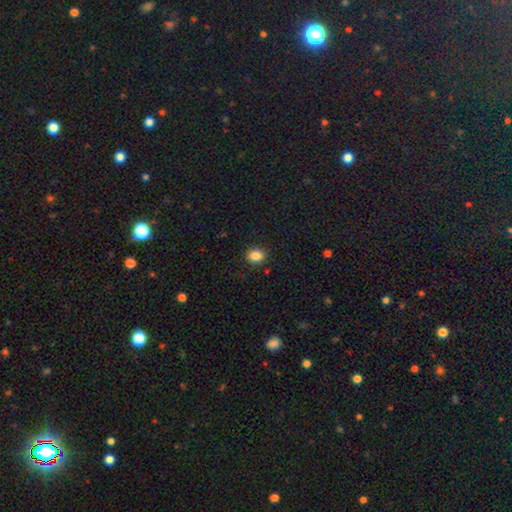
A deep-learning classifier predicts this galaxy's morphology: Smooth or featured? Predicted: smooth (p=0.85). How rounded? Predicted: round (p=0.61). Merging? Predicted: none (p=0.88).